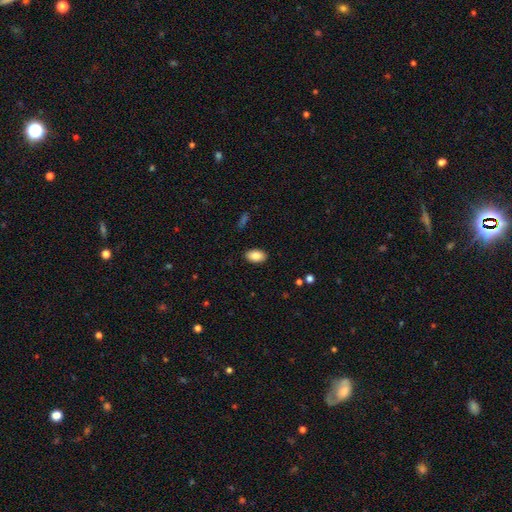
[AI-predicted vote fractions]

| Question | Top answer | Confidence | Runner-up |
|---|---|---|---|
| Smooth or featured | smooth | 86% | star or artifact (7%) |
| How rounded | in between | 93% | round (6%) |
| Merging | none | 88% | minor disturbance (8%) |